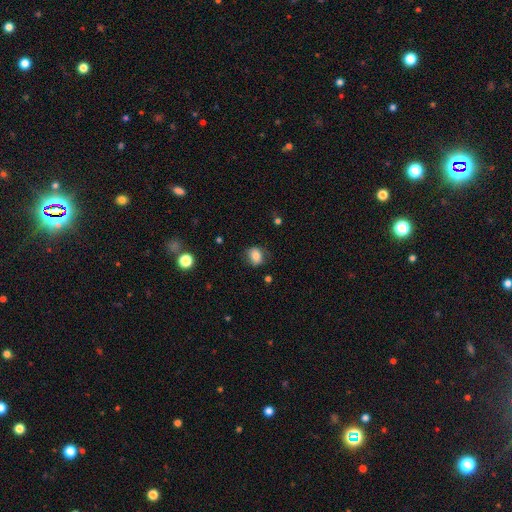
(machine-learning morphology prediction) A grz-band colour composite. It shows a smooth galaxy with no disk features (81%) that is in between round and cigar-shaped (50%). Merging: none (75%).